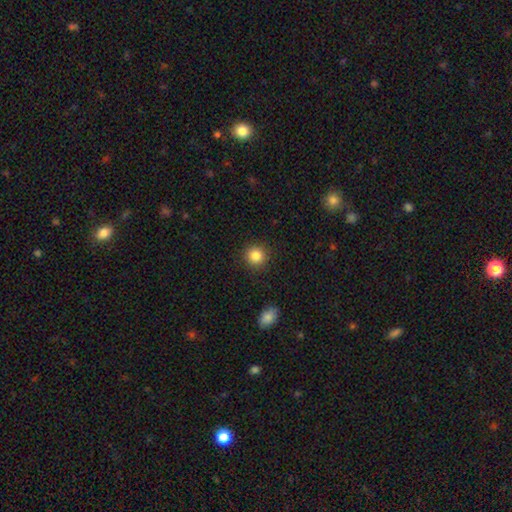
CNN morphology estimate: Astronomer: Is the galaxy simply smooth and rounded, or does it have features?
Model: smooth — 85%.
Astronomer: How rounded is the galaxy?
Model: round — 93%.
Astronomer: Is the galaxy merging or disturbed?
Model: none — 91%.